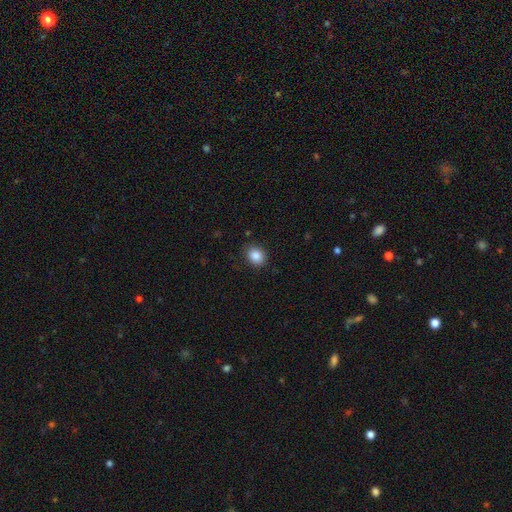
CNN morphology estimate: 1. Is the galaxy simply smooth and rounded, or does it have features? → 86% smooth, 9% star or artifact, 5% featured or disk.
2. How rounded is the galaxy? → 53% round, 46% in between, 1% cigar-shaped.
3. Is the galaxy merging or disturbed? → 86% none, 11% minor disturbance, 3% major disturbance, 1% merger.